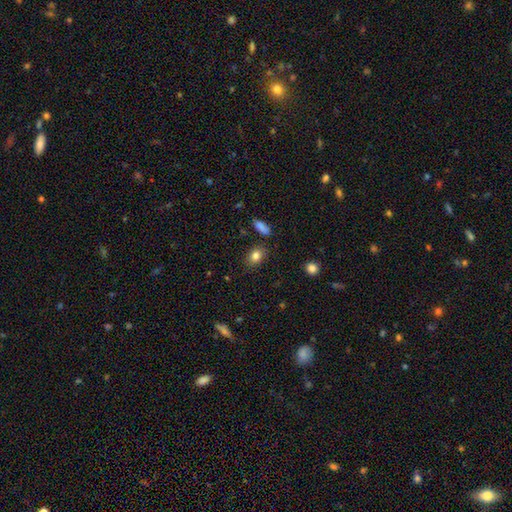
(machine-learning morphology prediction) Q: Smooth or featured?
A: smooth (83%); runner-up: star or artifact (9%)
Q: How rounded?
A: in between (70%); runner-up: round (28%)
Q: Merging?
A: none (83%); runner-up: minor disturbance (12%)